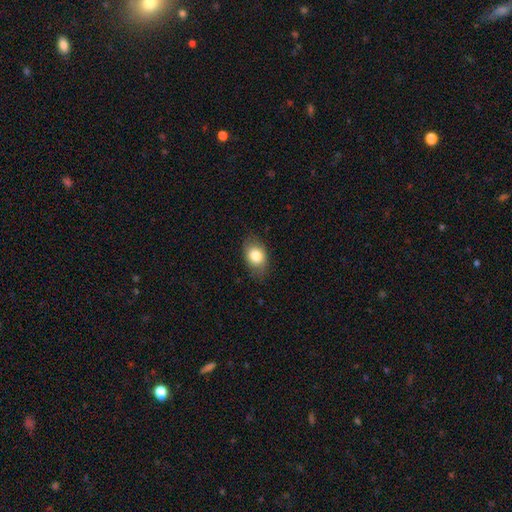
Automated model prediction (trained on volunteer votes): smooth_or_featured: smooth (p=0.81) [alt: featured or disk p=0.11]
how_rounded: in between (p=0.77) [alt: round p=0.22]
merging: none (p=0.79) [alt: minor disturbance p=0.16]